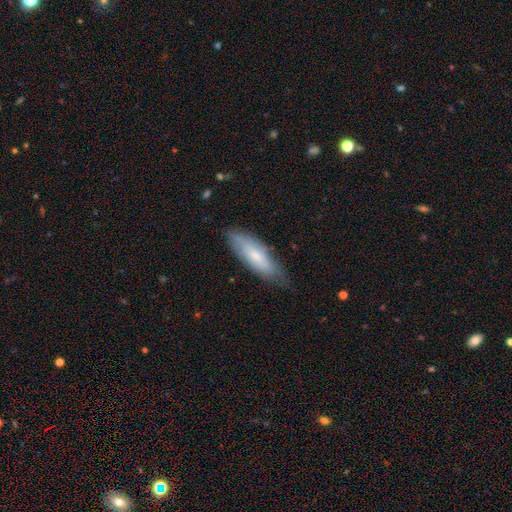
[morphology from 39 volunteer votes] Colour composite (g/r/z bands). It shows a smooth galaxy with no disk features (62%) that is in between round and cigar-shaped (62%). Merging: none (74%).